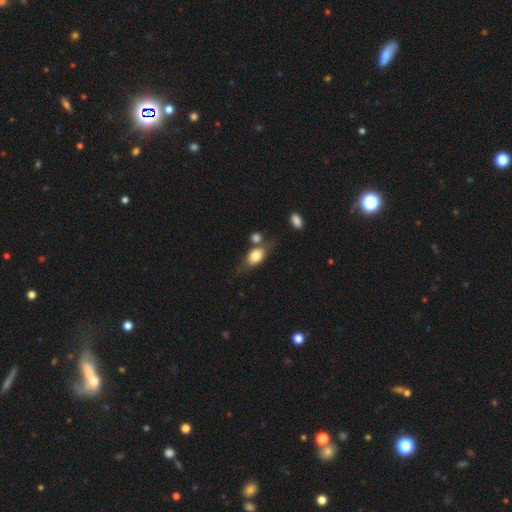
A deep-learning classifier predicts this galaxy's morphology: A smooth galaxy with no disk features (74%) that is in between round and cigar-shaped (79%).

Vote fractions:
- Smooth or featured? smooth: 74% / featured or disk: 19% / star or artifact: 7%
- How rounded? in between: 79% / round: 16% / cigar-shaped: 5%
- Merging? none: 49% / merger: 23% / minor disturbance: 19% / major disturbance: 9%